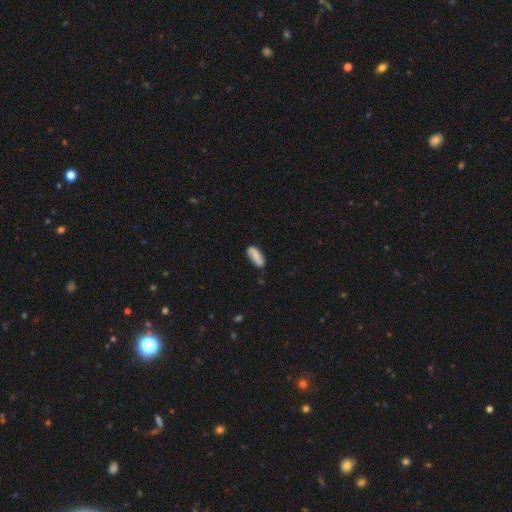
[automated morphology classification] The model was most divided on "how rounded": in between: 71%, cigar-shaped: 26%, round: 2%. More confident: merging — none (73%); smooth or featured — smooth (70%).